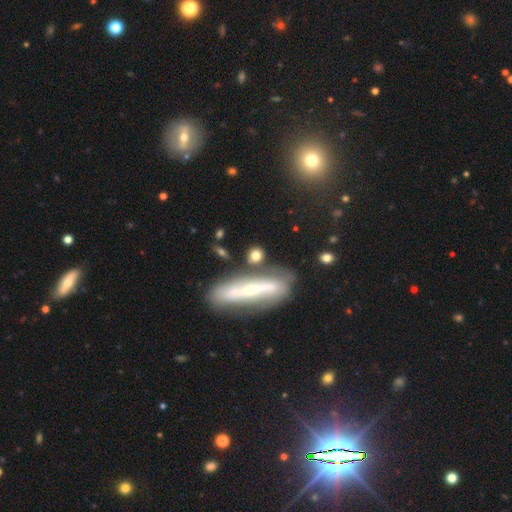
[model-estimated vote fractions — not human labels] A smooth galaxy with no disk features (63%) that is round (53%).

Vote fractions:
- Smooth or featured? smooth: 63% / featured or disk: 27% / star or artifact: 10%
- How rounded? round: 53% / in between: 31% / cigar-shaped: 16%
- Merging? none: 70% / minor disturbance: 13% / merger: 12% / major disturbance: 6%